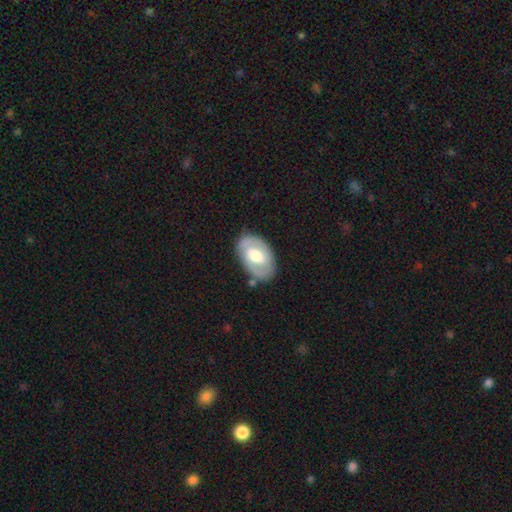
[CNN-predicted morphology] Smooth or featured? featured or disk (61%)
Edge-on disk? no (94%)
Bar? weak (41%)
Spiral arms? yes (56%)
Bulge size? moderate (61%)
Merging? none (78%)